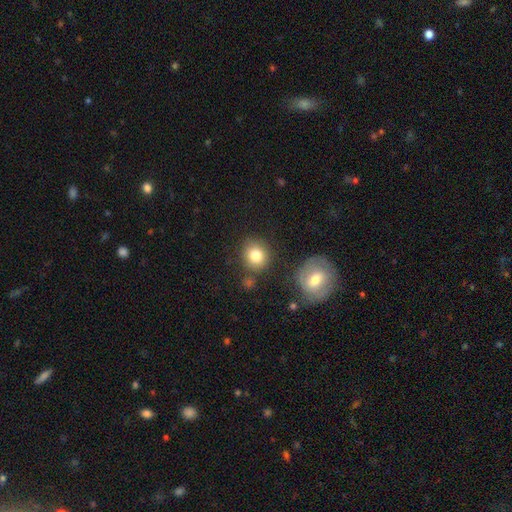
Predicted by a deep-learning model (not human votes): Q: Smooth or featured?
A: smooth (83%); runner-up: star or artifact (9%)
Q: How rounded?
A: round (84%); runner-up: in between (15%)
Q: Merging?
A: none (78%); runner-up: minor disturbance (11%)